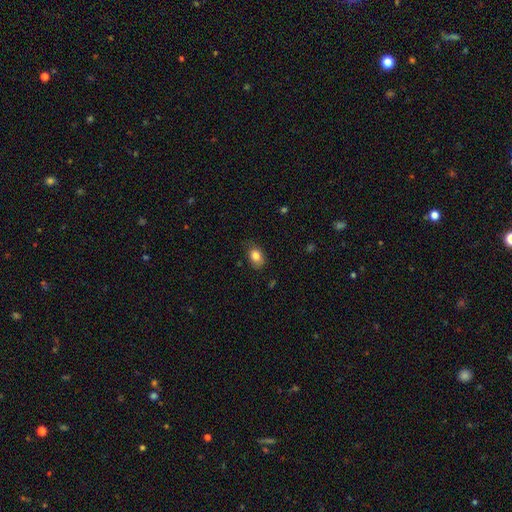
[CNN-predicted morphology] The model was most divided on "merging": none: 73%, minor disturbance: 22%, major disturbance: 5%, merger: 1%. More confident: smooth or featured — smooth (83%); how rounded — in between (76%).